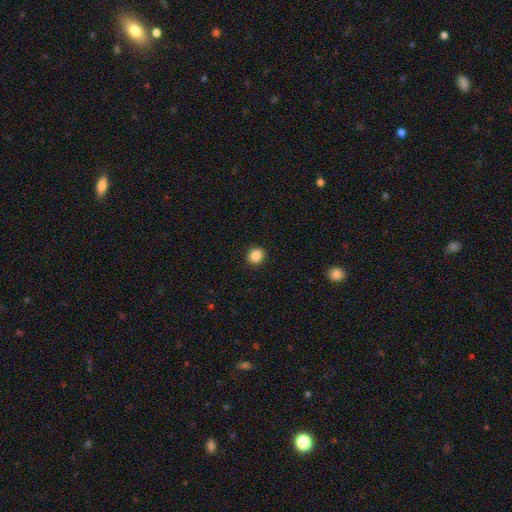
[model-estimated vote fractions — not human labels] Smooth or featured? smooth (88%)
How rounded? round (78%)
Merging? none (92%)